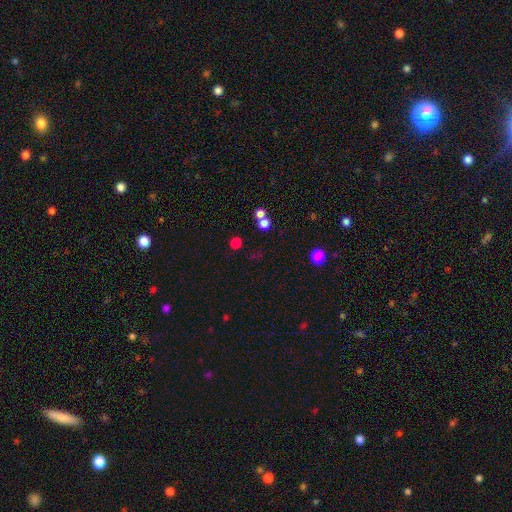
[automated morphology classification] A smooth galaxy with no disk features (62%) that is round (86%). Merging: none (73%).